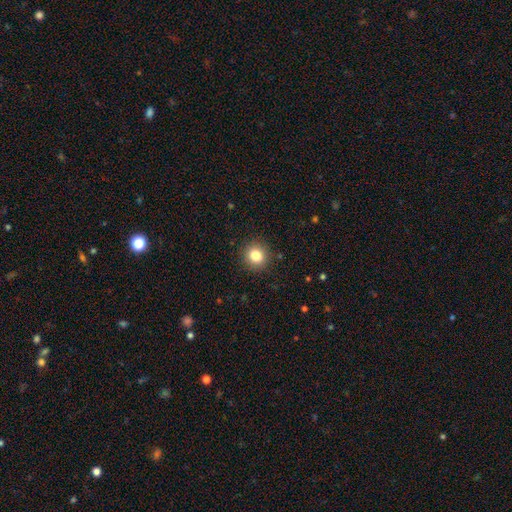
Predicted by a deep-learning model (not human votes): Q: Smooth or featured?
A: smooth (83%); runner-up: star or artifact (11%)
Q: How rounded?
A: round (90%); runner-up: in between (9%)
Q: Merging?
A: none (90%); runner-up: minor disturbance (7%)